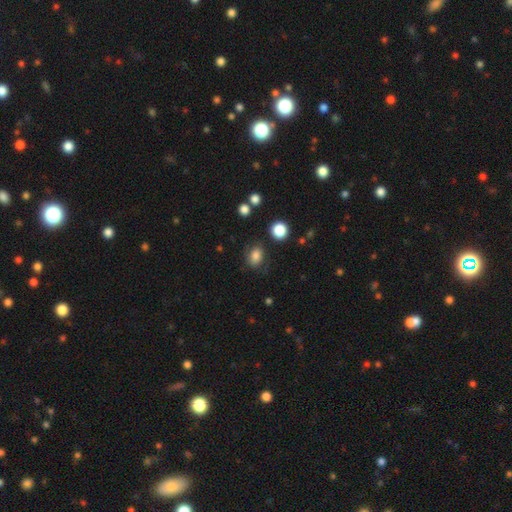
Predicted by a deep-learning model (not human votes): smooth-or-featured: smooth: 81% | star or artifact: 11% | featured or disk: 8%
  how-rounded: in between: 57% | round: 41% | cigar-shaped: 1%
  merging: none: 75% | minor disturbance: 16% | major disturbance: 6% | merger: 3%